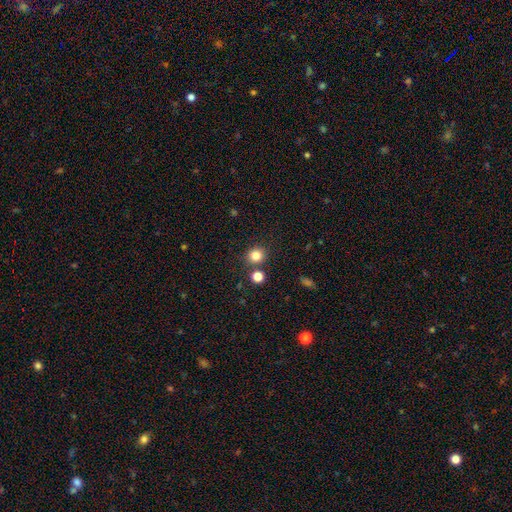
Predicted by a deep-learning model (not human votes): smooth_or_featured: smooth (p=0.82) [alt: star or artifact p=0.13]
how_rounded: round (p=0.87) [alt: in between p=0.12]
merging: none (p=0.80) [alt: merger p=0.09]